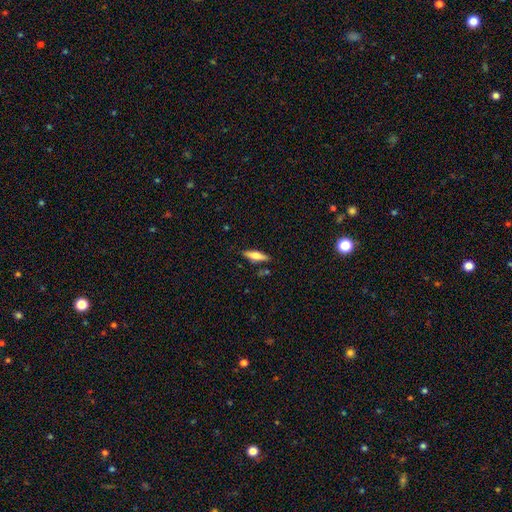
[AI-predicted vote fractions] A smooth galaxy with no disk features (56%) that is cigar-shaped (63%).

Vote fractions:
- Smooth or featured? smooth: 56% / featured or disk: 37% / star or artifact: 6%
- How rounded? cigar-shaped: 63% / in between: 35% / round: 2%
- Merging? none: 82% / minor disturbance: 12% / merger: 3% / major disturbance: 3%